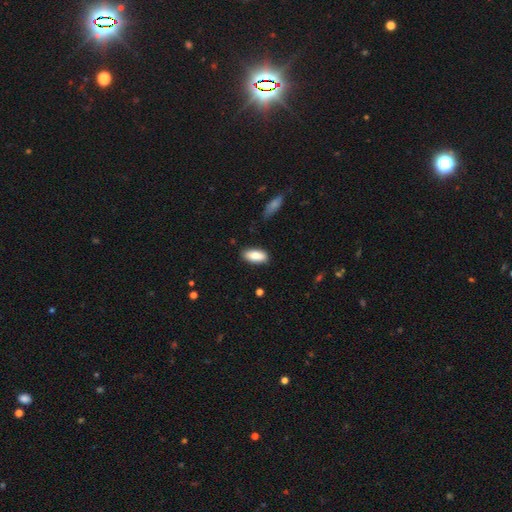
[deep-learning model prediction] Morphology: type=smooth (87%); roundness=in between (88%); merging=none (84%).